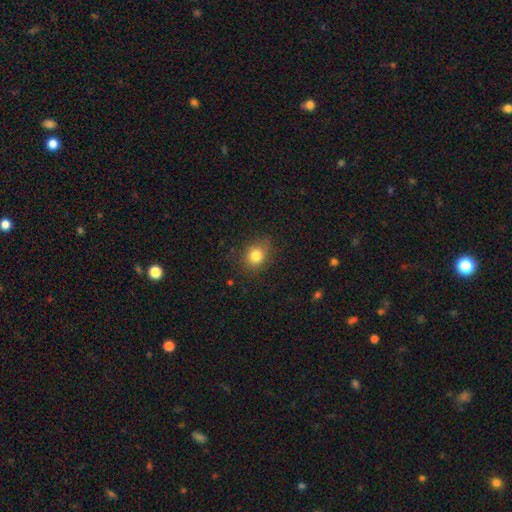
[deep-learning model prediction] This appears to be a smooth galaxy with no disk features (82%) that is round (69%). Merging: none (80%).